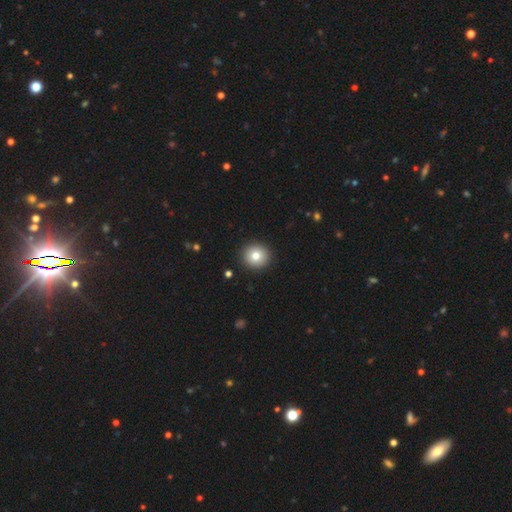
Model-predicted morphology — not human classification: type=smooth (79%); roundness=round (92%); merging=none (92%).